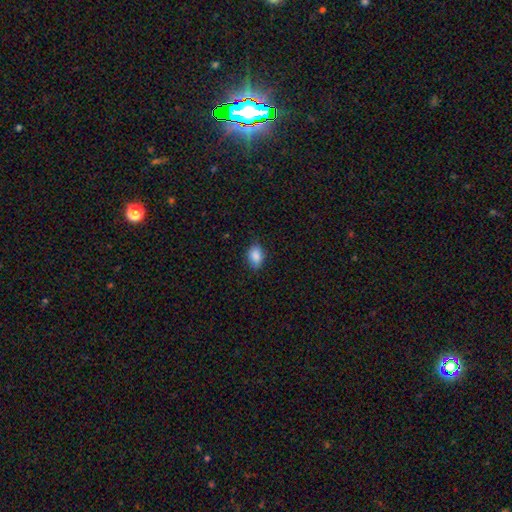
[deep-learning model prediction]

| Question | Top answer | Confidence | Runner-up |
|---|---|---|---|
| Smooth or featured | smooth | 86% | star or artifact (8%) |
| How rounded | in between | 80% | round (18%) |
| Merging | none | 79% | minor disturbance (17%) |